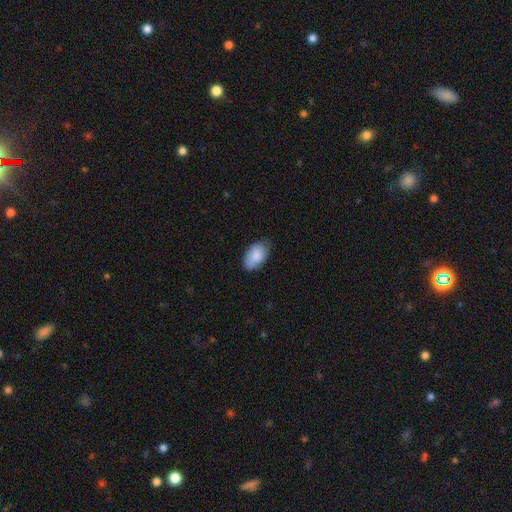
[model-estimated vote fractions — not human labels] smooth_or_featured: smooth (p=0.86) [alt: featured or disk p=0.08]
how_rounded: in between (p=0.93) [alt: round p=0.05]
merging: none (p=0.73) [alt: minor disturbance p=0.22]